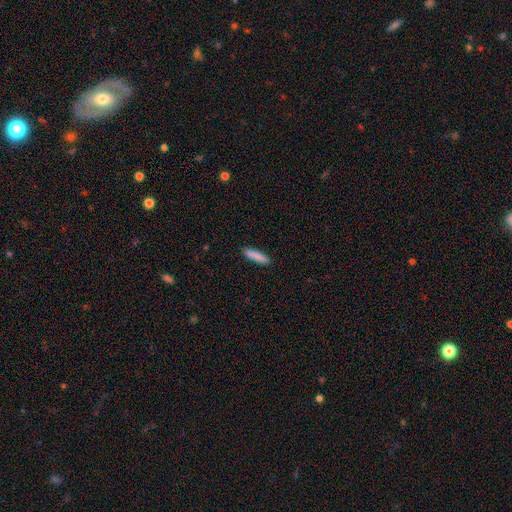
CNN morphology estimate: This appears to be a smooth galaxy with no disk features (86%) that is cigar-shaped (83%). Merging: none (90%).